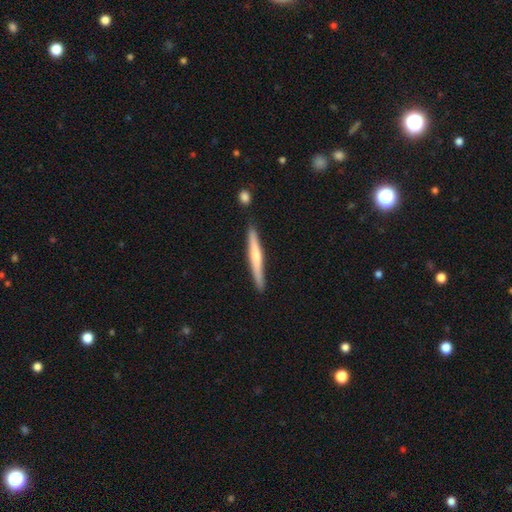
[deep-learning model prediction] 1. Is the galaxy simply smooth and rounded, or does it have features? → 48% featured or disk, 47% smooth, 5% star or artifact.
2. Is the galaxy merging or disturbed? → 86% none, 9% minor disturbance, 3% merger, 2% major disturbance.